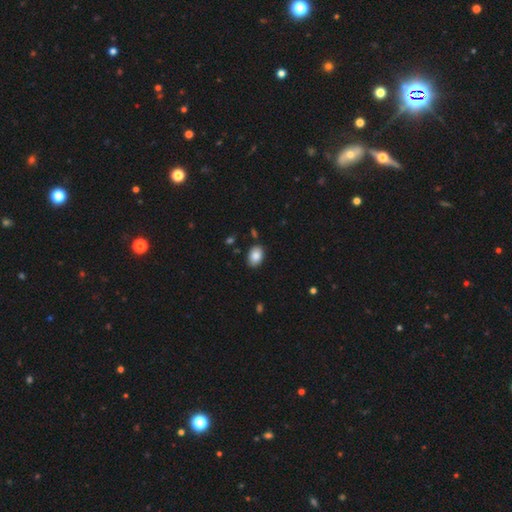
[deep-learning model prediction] Overall: smooth (87%). How rounded: in between (83%). Merging: none (86%).